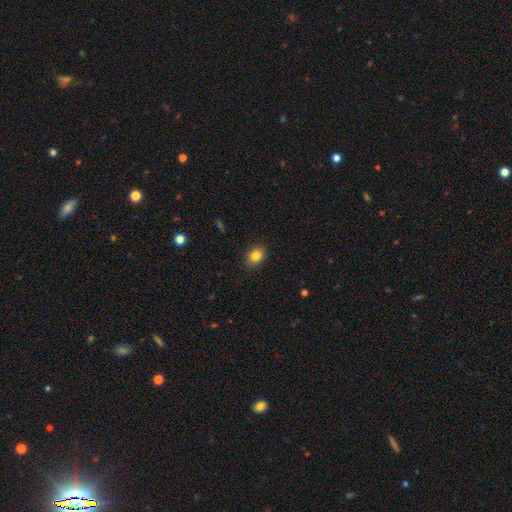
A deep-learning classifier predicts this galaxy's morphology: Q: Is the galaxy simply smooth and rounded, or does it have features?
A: smooth — 83%.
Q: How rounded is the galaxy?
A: in between — 52%.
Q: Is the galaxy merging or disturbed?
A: none — 87%.